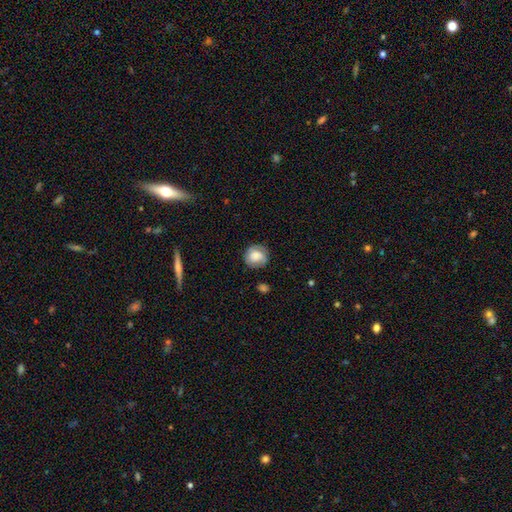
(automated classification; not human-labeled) smooth-or-featured: smooth: 69% | featured or disk: 23% | star or artifact: 8%
  how-rounded: round: 87% | in between: 12% | cigar-shaped: 1%
  merging: none: 76% | minor disturbance: 18% | major disturbance: 5% | merger: 2%